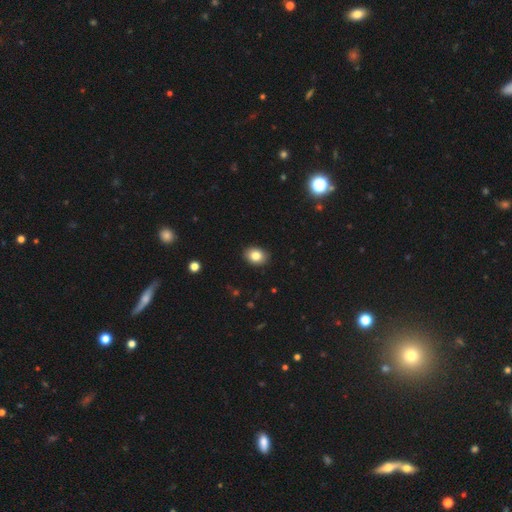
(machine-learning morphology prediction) Smooth or featured: smooth — 83% (star or artifact — 9%)
How rounded: in between — 62% (round — 37%)
Merging: none — 90% (minor disturbance — 7%)